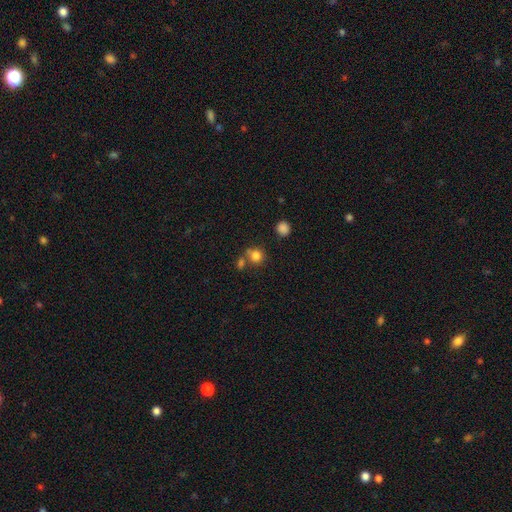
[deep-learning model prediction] smooth_or_featured: smooth (p=0.81) [alt: star or artifact p=0.12]
how_rounded: round (p=0.82) [alt: in between p=0.17]
merging: none (p=0.58) [alt: merger p=0.27]